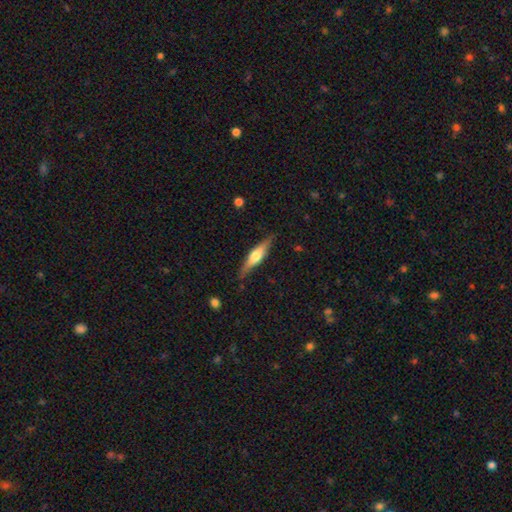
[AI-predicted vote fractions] A featured or disk galaxy (60%) viewed edge-on (95%) with a rounded central bulge (88%).

Vote fractions:
- Smooth or featured? featured or disk: 60% / smooth: 34% / star or artifact: 6%
- Edge-on disk? yes: 95% / no: 5%
- Edge-on bulge? rounded: 88% / boxy: 8% / none: 3%
- Merging? none: 84% / minor disturbance: 12% / major disturbance: 3% / merger: 1%